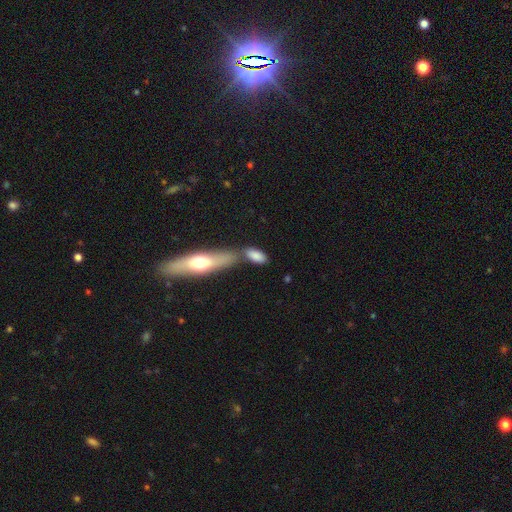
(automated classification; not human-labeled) This appears to be a smooth galaxy with no disk features (81%) that is in between round and cigar-shaped (77%). Merging: none (48%).